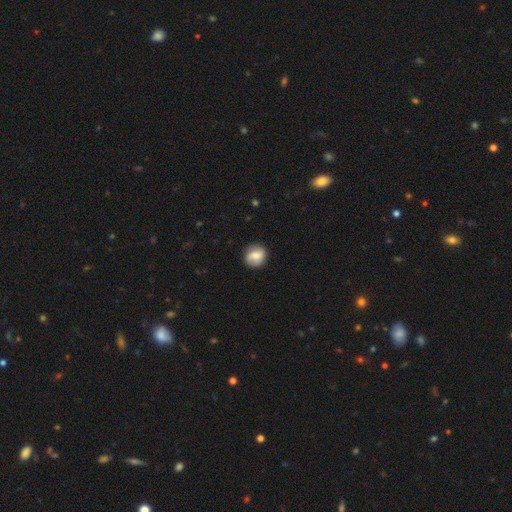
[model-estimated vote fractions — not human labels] Morphology: type=smooth (65%); roundness=round (84%); merging=none (83%).